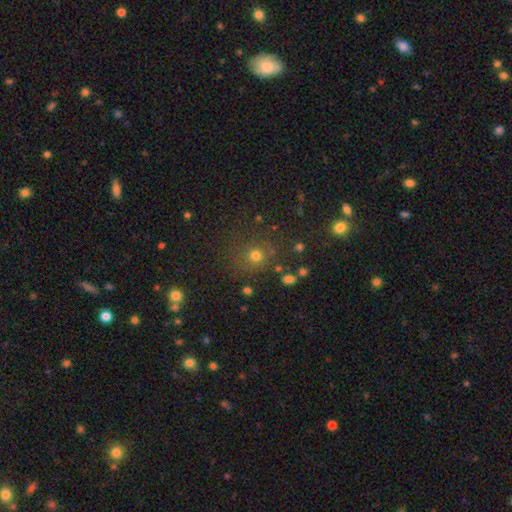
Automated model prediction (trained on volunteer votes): Smooth or featured: smooth — 72% (star or artifact — 21%)
How rounded: round — 88% (in between — 11%)
Merging: none — 78% (minor disturbance — 11%)